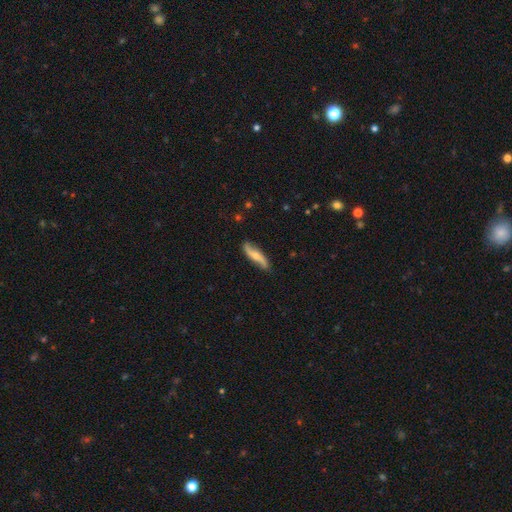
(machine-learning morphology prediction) Smooth or featured: featured or disk — 61% (smooth — 34%)
Edge-on disk: no — 70% (yes — 30%)
Merging: none — 80% (minor disturbance — 15%)